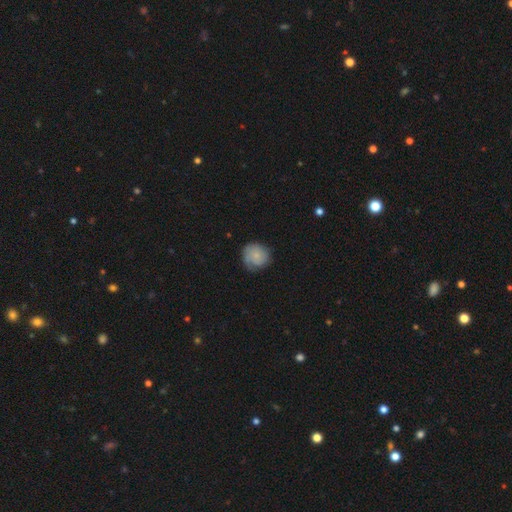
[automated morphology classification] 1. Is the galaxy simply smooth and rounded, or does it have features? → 72% smooth, 21% featured or disk, 7% star or artifact.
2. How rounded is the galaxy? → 87% round, 12% in between, 1% cigar-shaped.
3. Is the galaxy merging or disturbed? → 67% none, 25% minor disturbance, 7% major disturbance, 1% merger.